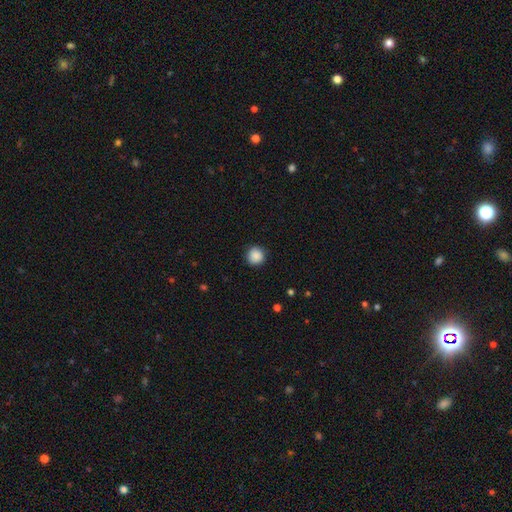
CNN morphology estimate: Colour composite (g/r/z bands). It shows a smooth galaxy with no disk features (88%) that is round (94%). Merging: none (90%).